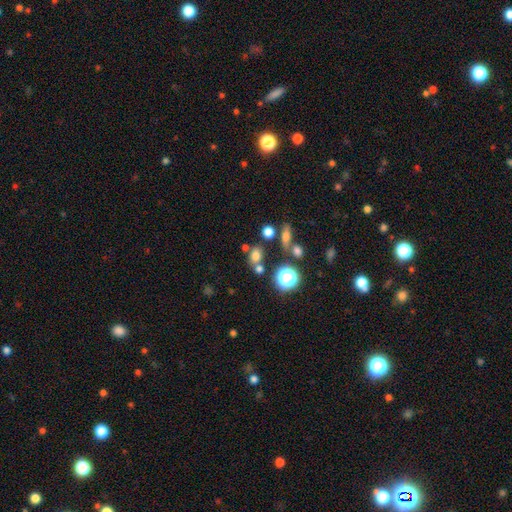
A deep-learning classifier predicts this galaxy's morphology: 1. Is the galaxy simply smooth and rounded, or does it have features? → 70% smooth, 20% star or artifact, 10% featured or disk.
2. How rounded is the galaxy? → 54% in between, 44% round, 3% cigar-shaped.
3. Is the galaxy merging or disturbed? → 63% none, 19% merger, 12% minor disturbance, 5% major disturbance.